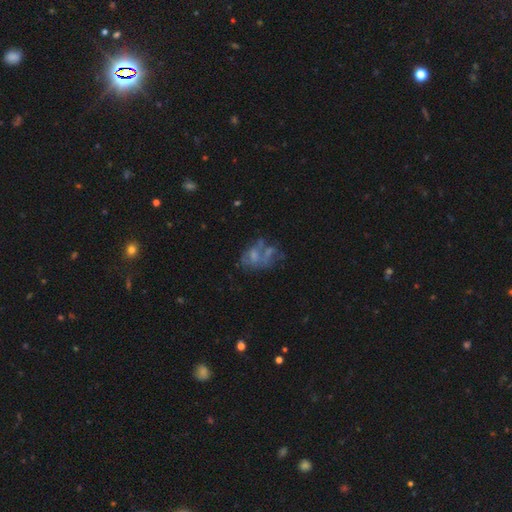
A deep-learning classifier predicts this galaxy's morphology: A featured or disk galaxy (51%).

Vote fractions:
- Smooth or featured? featured or disk: 51% / smooth: 35% / star or artifact: 14%
- Edge-on disk? no: 97% / yes: 3%
- Merging? merger: 32% / major disturbance: 27% / none: 25% / minor disturbance: 16%